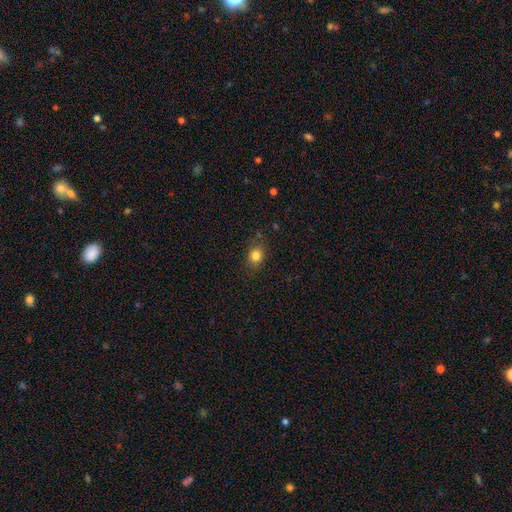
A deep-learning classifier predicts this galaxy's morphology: Smooth or featured? smooth (81%)
How rounded? round (54%)
Merging? none (81%)